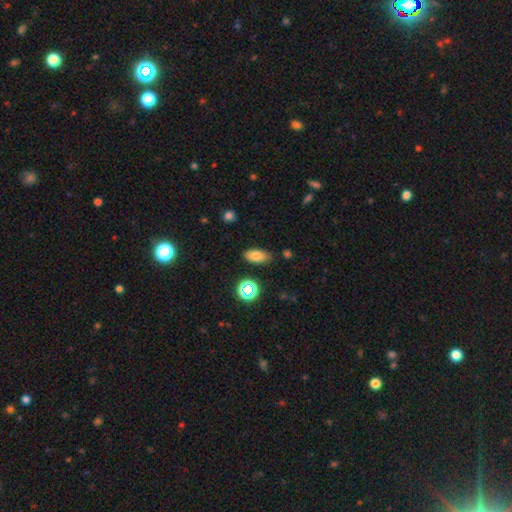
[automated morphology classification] Smooth or featured? Predicted: smooth (p=0.77). How rounded? Predicted: in between (p=0.86). Merging? Predicted: none (p=0.80).